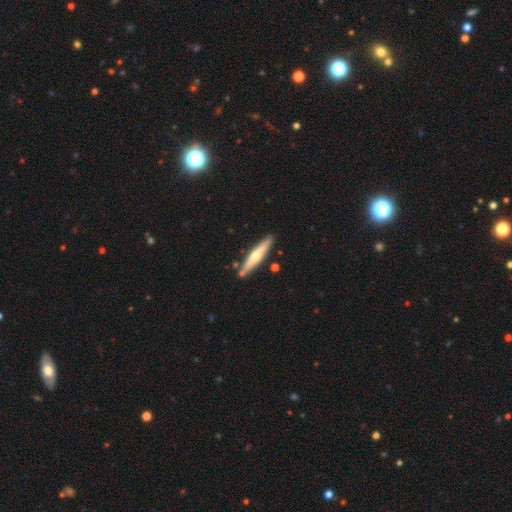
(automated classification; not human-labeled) The model was most divided on "smooth or featured": featured or disk: 49%, smooth: 46%, star or artifact: 5%. More confident: merging — none (84%).